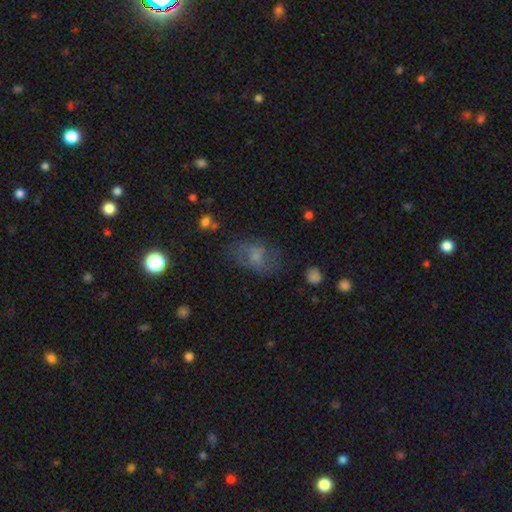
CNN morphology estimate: Overall: smooth (50%; featured or disk 36%). How rounded: in between (81%). Merging: none (54%; minor disturbance 24%).